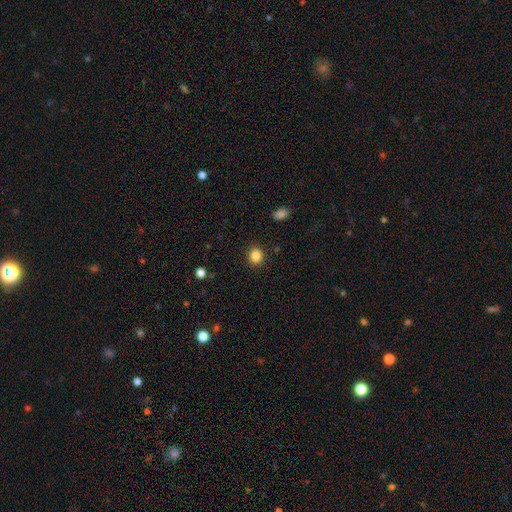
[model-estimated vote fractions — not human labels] smooth-or-featured: smooth: 85% | star or artifact: 11% | featured or disk: 4%
  how-rounded: round: 79% | in between: 20% | cigar-shaped: 1%
  merging: none: 90% | minor disturbance: 6% | major disturbance: 2% | merger: 1%